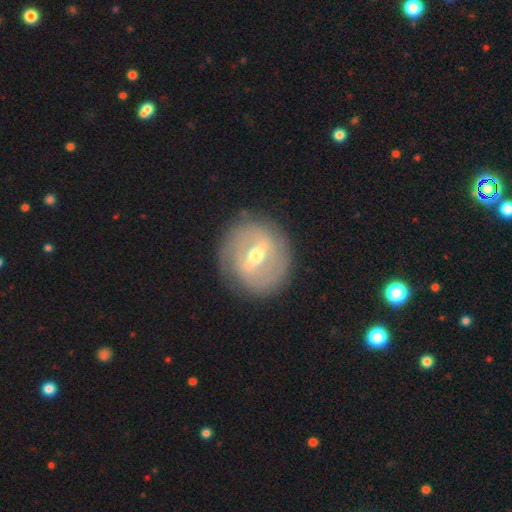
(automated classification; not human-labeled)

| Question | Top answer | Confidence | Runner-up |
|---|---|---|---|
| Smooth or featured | featured or disk | 79% | smooth (15%) |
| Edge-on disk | no | 90% | yes (10%) |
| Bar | strong | 58% | weak (34%) |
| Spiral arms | yes | 64% | no (36%) |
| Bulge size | moderate | 71% | small (22%) |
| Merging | none | 84% | minor disturbance (11%) |